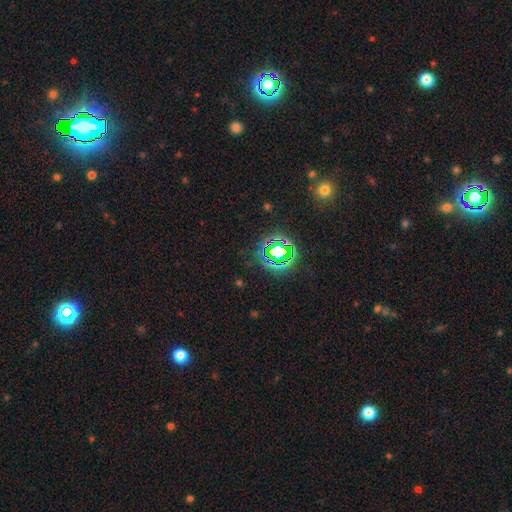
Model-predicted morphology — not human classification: This is likely a star or artifact rather than a galaxy (76%).